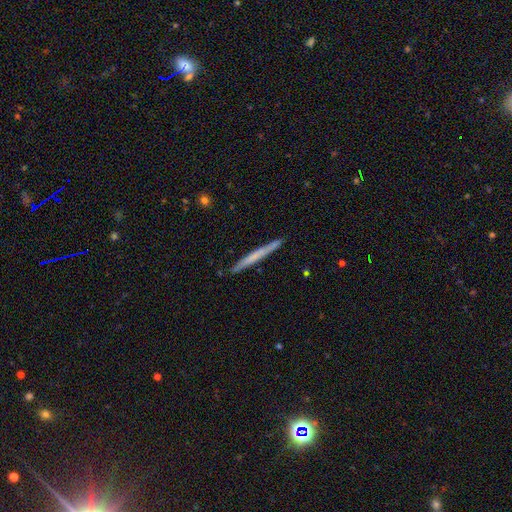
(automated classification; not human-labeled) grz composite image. It shows a smooth galaxy with no disk features (51%) that is cigar-shaped (97%). Merging: none (90%).